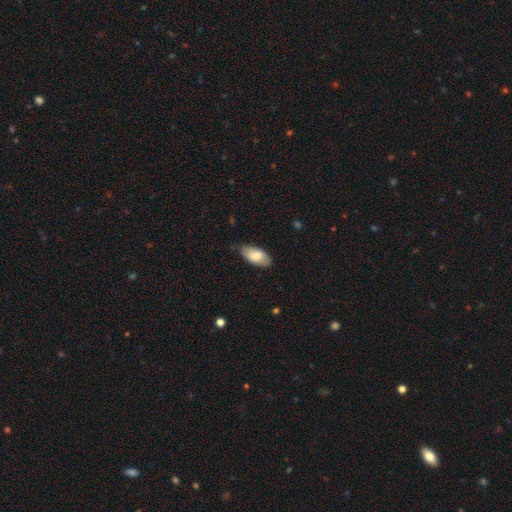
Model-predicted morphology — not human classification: type=smooth (81%); roundness=in between (93%); merging=none (79%).